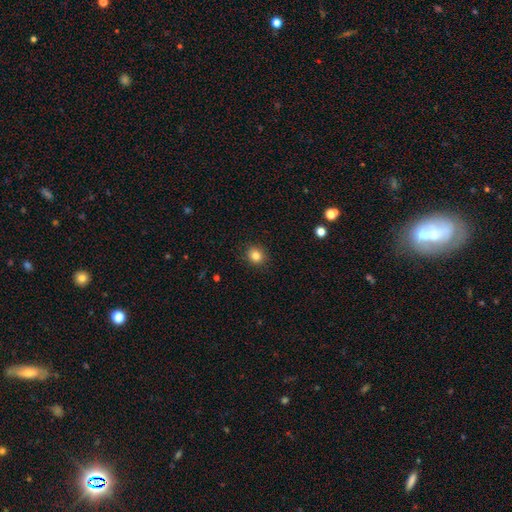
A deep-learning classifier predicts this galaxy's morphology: smooth_or_featured: smooth (p=0.84) [alt: star or artifact p=0.11]
how_rounded: round (p=0.77) [alt: in between p=0.22]
merging: none (p=0.90) [alt: minor disturbance p=0.07]